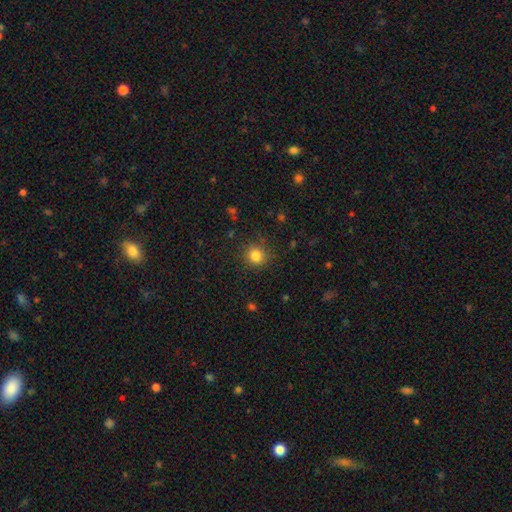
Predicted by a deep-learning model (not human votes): A smooth galaxy with no disk features (82%) that is round (91%). Merging: none (85%).